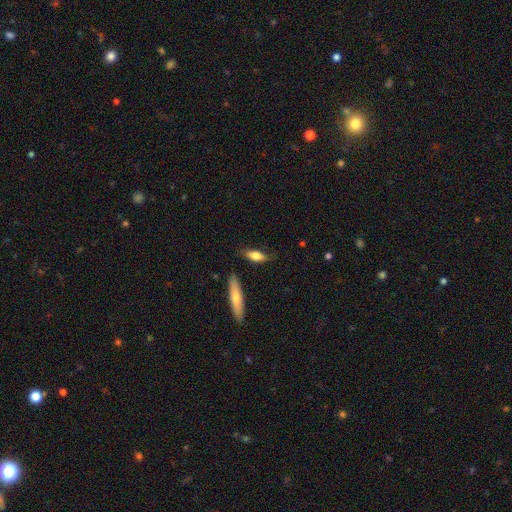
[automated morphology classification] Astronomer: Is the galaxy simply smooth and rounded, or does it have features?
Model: smooth — 76%.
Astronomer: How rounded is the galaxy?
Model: in between — 61%.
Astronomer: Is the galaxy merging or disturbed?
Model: none — 76%.